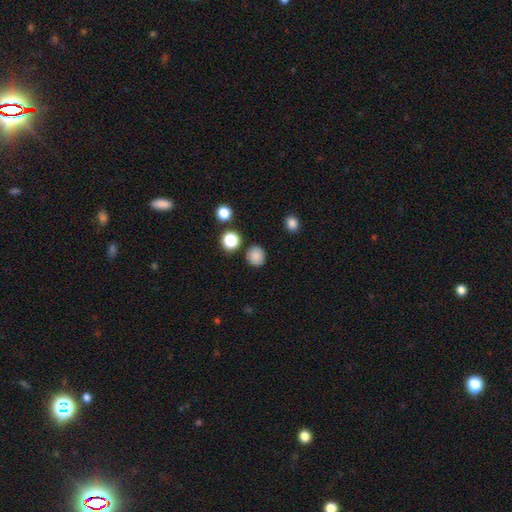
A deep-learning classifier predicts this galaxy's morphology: smooth_or_featured: smooth (p=0.83) [alt: star or artifact p=0.12]
how_rounded: round (p=0.90) [alt: in between p=0.09]
merging: none (p=0.85) [alt: minor disturbance p=0.09]